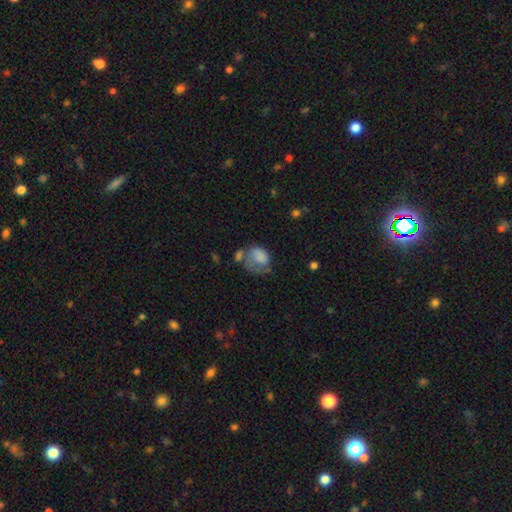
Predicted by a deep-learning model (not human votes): The model was most divided on "merging": major disturbance: 41%, none: 24%, minor disturbance: 23%, merger: 12%. More confident: smooth or featured — smooth (66%); how rounded — in between (63%).